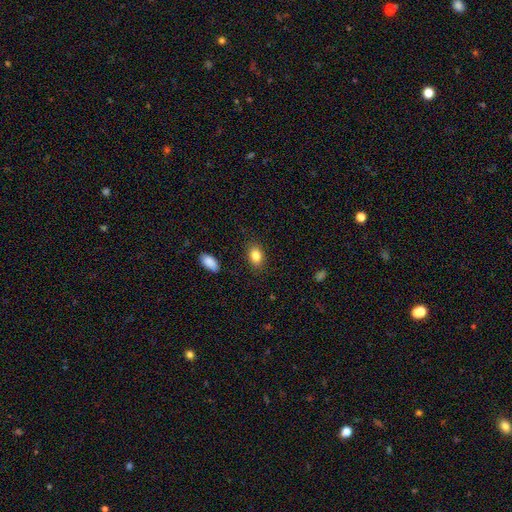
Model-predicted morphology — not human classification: Smooth or featured? Predicted: smooth (p=0.85). How rounded? Predicted: in between (p=0.80). Merging? Predicted: none (p=0.86).